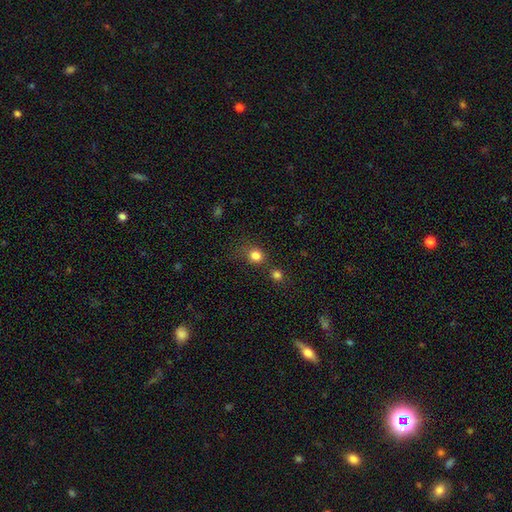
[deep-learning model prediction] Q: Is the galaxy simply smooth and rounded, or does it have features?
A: smooth — 81%.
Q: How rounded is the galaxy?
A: round — 83%.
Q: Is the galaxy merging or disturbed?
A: none — 60%.